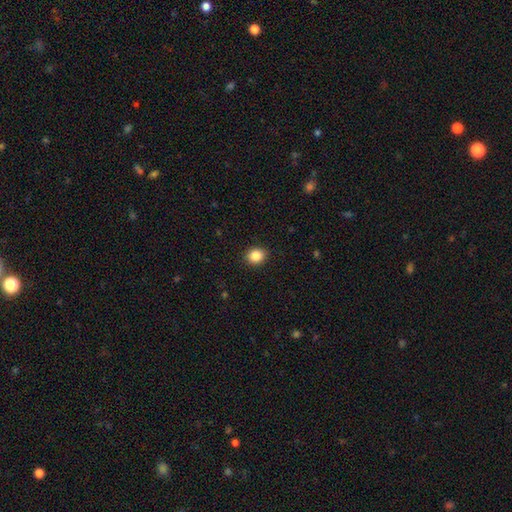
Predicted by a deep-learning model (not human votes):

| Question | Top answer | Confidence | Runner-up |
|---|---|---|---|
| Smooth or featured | smooth | 86% | star or artifact (10%) |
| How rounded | round | 70% | in between (29%) |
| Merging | none | 91% | minor disturbance (6%) |